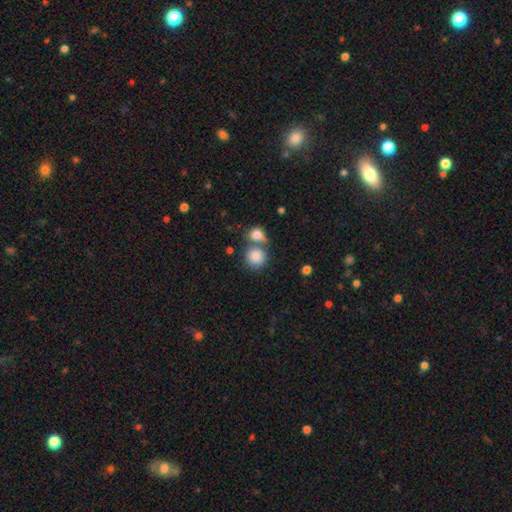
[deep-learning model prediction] The model was most divided on "merging": none: 44%, merger: 41%, minor disturbance: 10%, major disturbance: 5%. More confident: smooth or featured — smooth (85%); how rounded — round (83%).